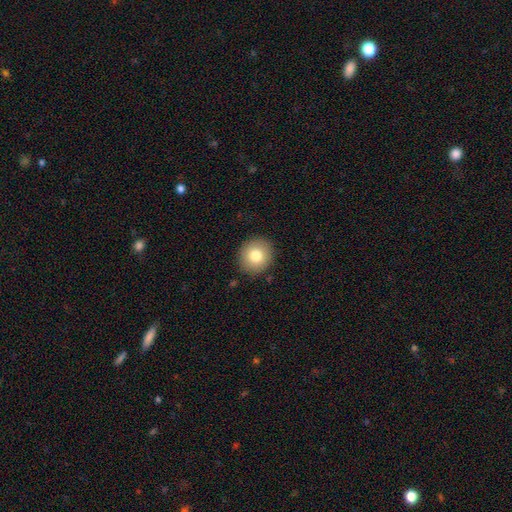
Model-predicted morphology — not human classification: type=smooth (80%); roundness=round (86%); merging=none (89%).